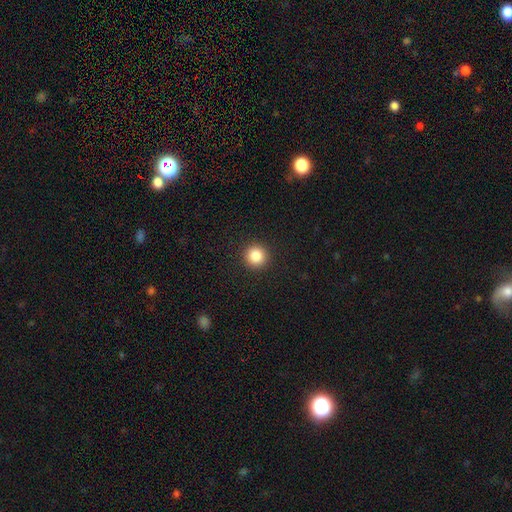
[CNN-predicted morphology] A smooth galaxy with no disk features (86%) that is round (95%).

Vote fractions:
- Smooth or featured? smooth: 86% / star or artifact: 10% / featured or disk: 4%
- How rounded? round: 95% / in between: 4% / cigar-shaped: 1%
- Merging? none: 93% / minor disturbance: 4% / major disturbance: 2% / merger: 1%